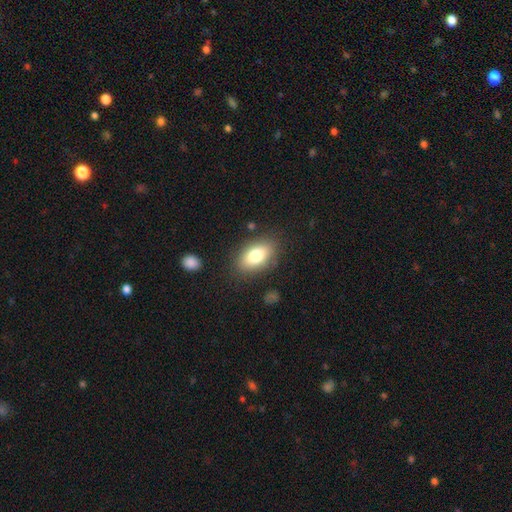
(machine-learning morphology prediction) The model was most divided on "smooth or featured": smooth: 77%, featured or disk: 15%, star or artifact: 8%. More confident: how rounded — in between (89%); merging — none (82%).